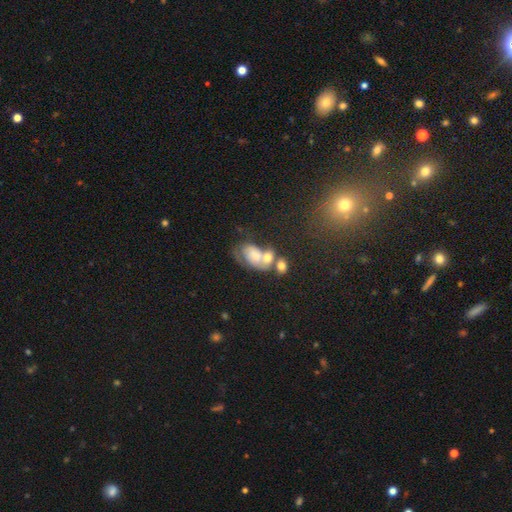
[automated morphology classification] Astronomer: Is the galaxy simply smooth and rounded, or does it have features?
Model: featured or disk — 48% (runner-up: smooth, 37%).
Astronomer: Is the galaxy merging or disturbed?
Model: merger — 45% (runner-up: none, 28%).